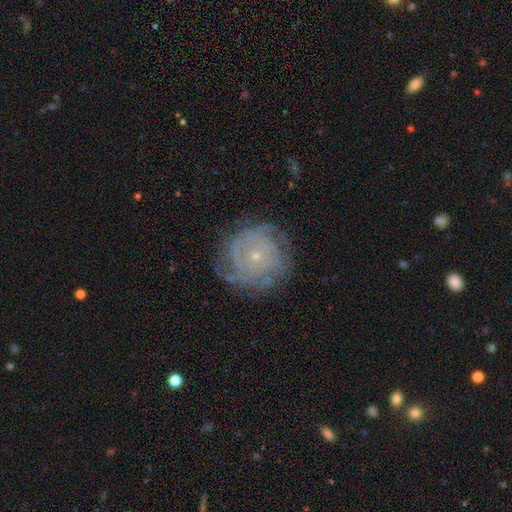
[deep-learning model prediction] Q: Smooth or featured?
A: featured or disk (77%); runner-up: smooth (15%)
Q: Edge-on disk?
A: no (97%); runner-up: yes (3%)
Q: Bar?
A: no (85%); runner-up: weak (12%)
Q: Spiral arms?
A: yes (90%); runner-up: no (10%)
Q: Spiral winding?
A: tight (77%); runner-up: medium (18%)
Q: Spiral arm count?
A: can't tell (43%); runner-up: 4 (14%)
Q: Bulge size?
A: small (83%); runner-up: moderate (13%)
Q: Merging?
A: none (76%); runner-up: minor disturbance (16%)